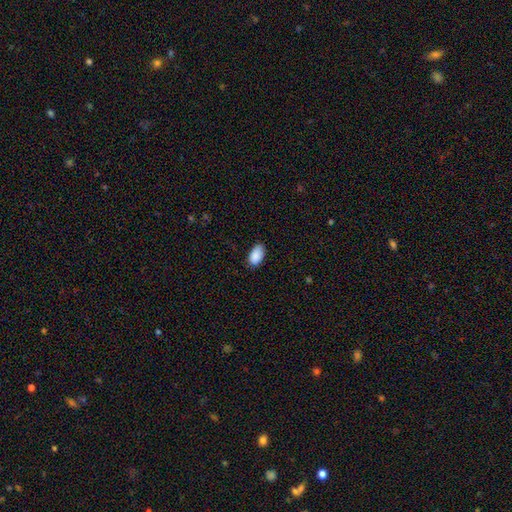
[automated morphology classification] This is clearly a smooth galaxy (90%). How rounded: clearly in between (94%). Merging: likely none (79%).